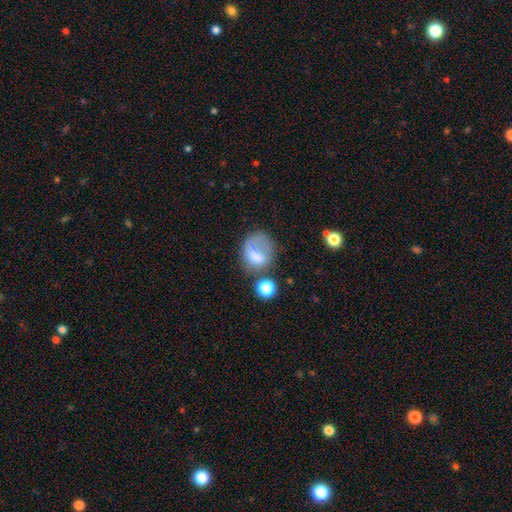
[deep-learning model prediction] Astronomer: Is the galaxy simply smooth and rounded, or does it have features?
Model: smooth — 62%.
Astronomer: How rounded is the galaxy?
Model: round — 62%.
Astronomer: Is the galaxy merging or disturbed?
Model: none — 35% (runner-up: major disturbance, 30%).